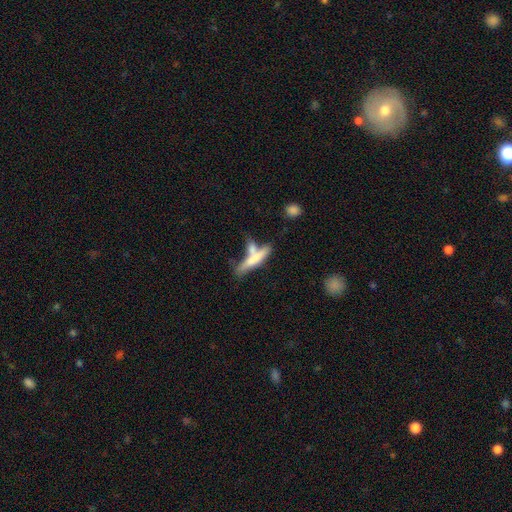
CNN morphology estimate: Smooth or featured?
  - smooth: 61% *
  - featured or disk: 32%
  - star or artifact: 7%
How rounded?
  - cigar-shaped: 84% *
  - in between: 14%
  - round: 2%
Merging?
  - none: 41% *
  - merger: 38%
  - minor disturbance: 13%
  - major disturbance: 7%